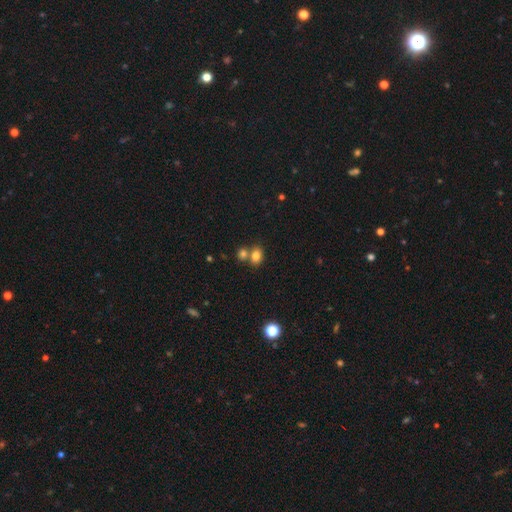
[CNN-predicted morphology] type=smooth (81%); roundness=in between (70%); merging=none (49%).